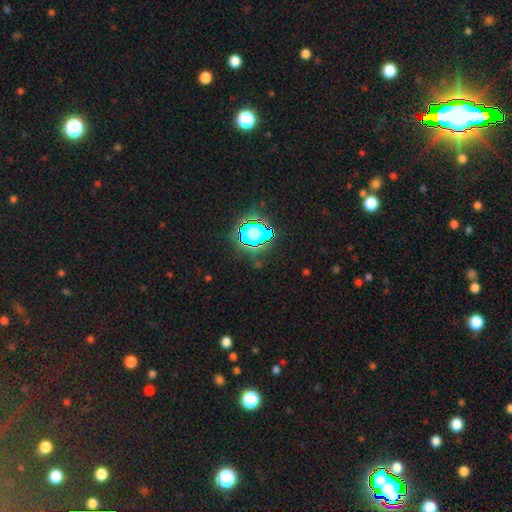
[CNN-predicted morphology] A star or artifact, not a galaxy (77%).

Vote fractions:
- Smooth or featured? star or artifact: 77% / smooth: 15% / featured or disk: 8%